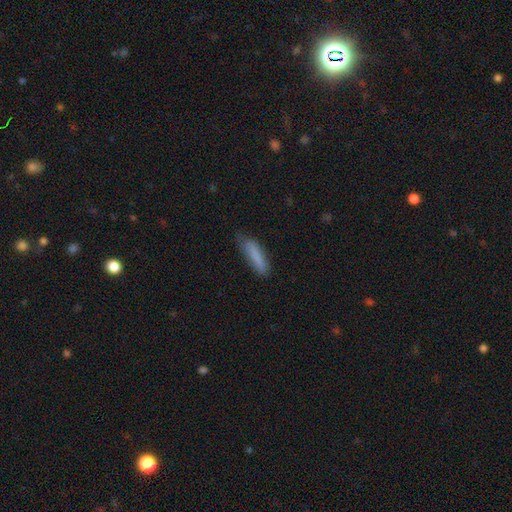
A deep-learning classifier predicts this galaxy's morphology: smooth 82%, featured or disk 12%, star or artifact 7%. Down the decision tree: how rounded — cigar-shaped (74%); merging — none (69%).